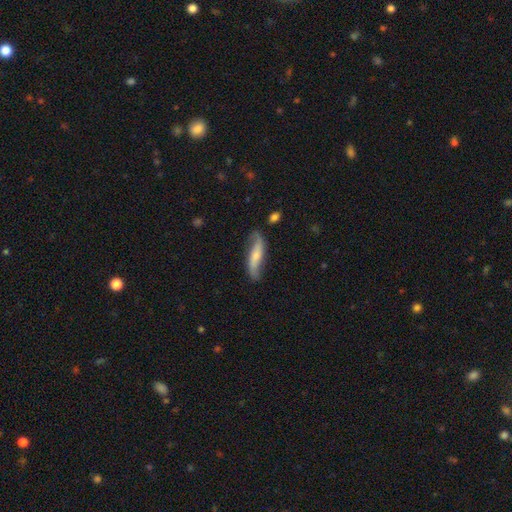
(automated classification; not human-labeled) Morphology: type=featured or disk (63%); edge-on=no (76%); merging=none (72%).